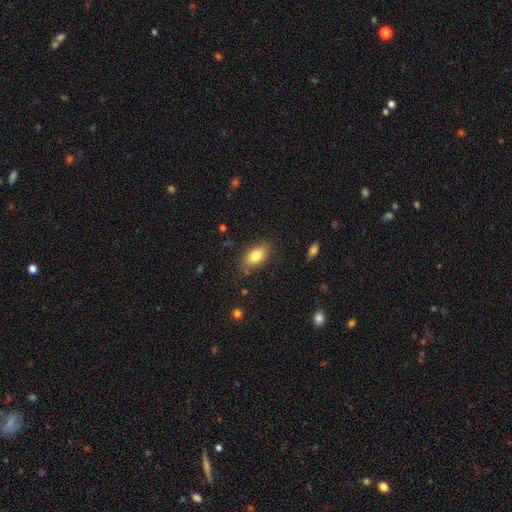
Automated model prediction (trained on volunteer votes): This is clearly a smooth galaxy (81%). How rounded: clearly in between (89%). Merging: likely none (80%).